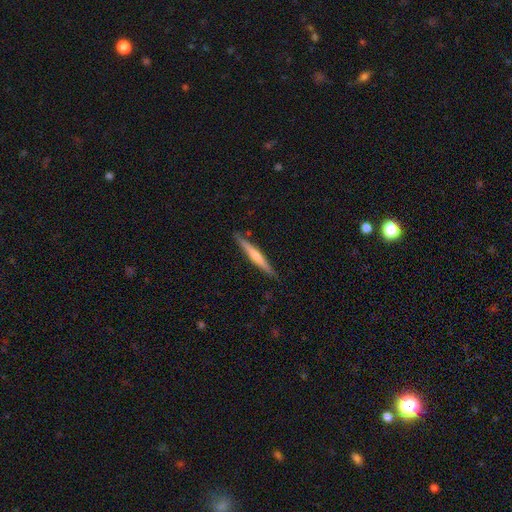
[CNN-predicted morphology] This is possibly a featured or disk galaxy (55%). It is clearly viewed edge-on (98%). Edge-on bulge: possibly rounded (57%). Merging: clearly none (90%).